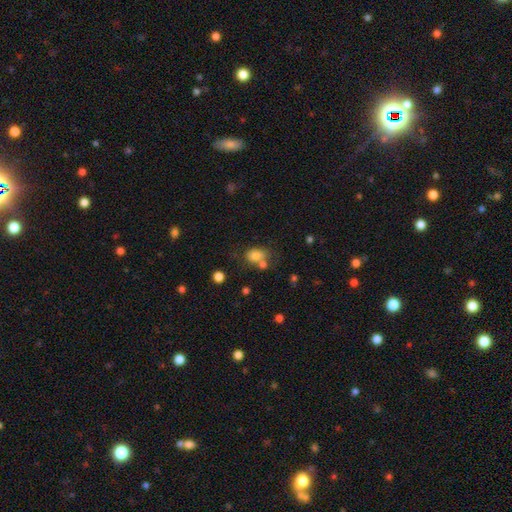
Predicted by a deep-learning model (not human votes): Q: Smooth or featured?
A: smooth (78%); runner-up: star or artifact (12%)
Q: How rounded?
A: in between (67%); runner-up: round (32%)
Q: Merging?
A: none (48%); runner-up: merger (26%)